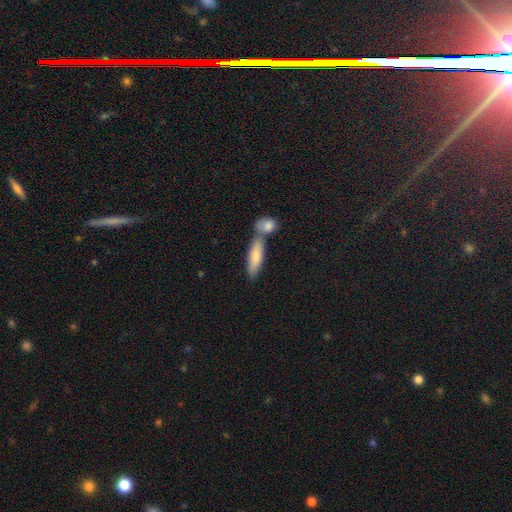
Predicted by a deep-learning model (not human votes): Smooth or featured?
  - smooth: 79% *
  - featured or disk: 15%
  - star or artifact: 5%
How rounded?
  - in between: 51% *
  - cigar-shaped: 46%
  - round: 3%
Merging?
  - none: 51% *
  - merger: 35%
  - minor disturbance: 11%
  - major disturbance: 3%